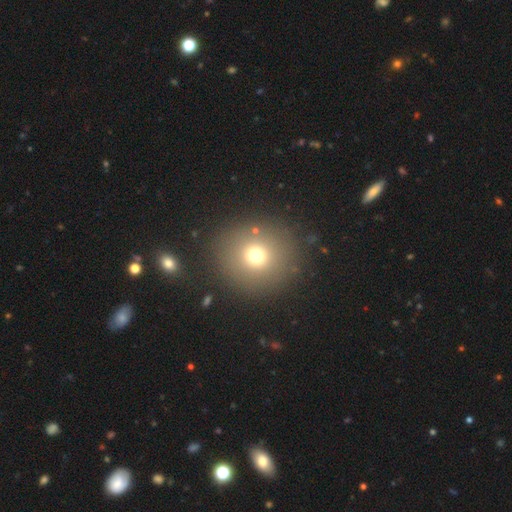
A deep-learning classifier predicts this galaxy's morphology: type=smooth (70%); roundness=round (90%); merging=none (86%).